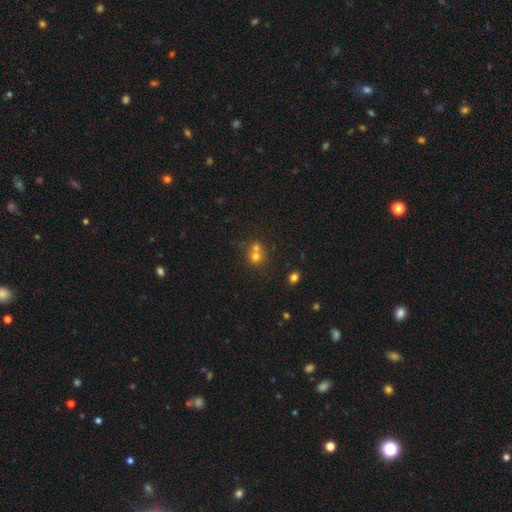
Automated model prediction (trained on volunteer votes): Q: Smooth or featured?
A: smooth (66%); runner-up: star or artifact (19%)
Q: How rounded?
A: round (84%); runner-up: in between (15%)
Q: Merging?
A: merger (50%); runner-up: none (41%)